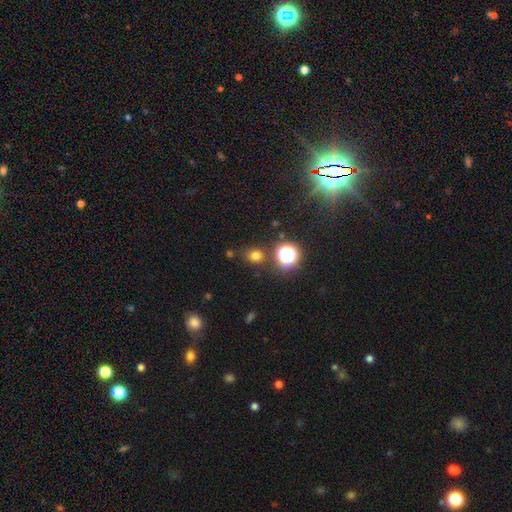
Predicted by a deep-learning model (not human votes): Morphology: type=smooth (72%); roundness=round (64%); merging=none (79%).